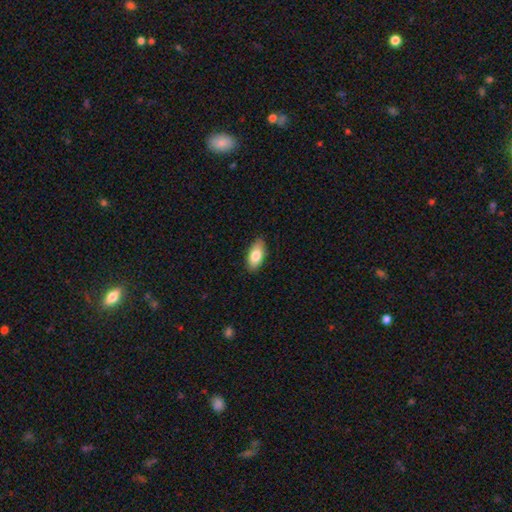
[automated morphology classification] The model was most divided on "smooth or featured": smooth: 82%, featured or disk: 12%, star or artifact: 6%. More confident: how rounded — in between (90%); merging — none (86%).